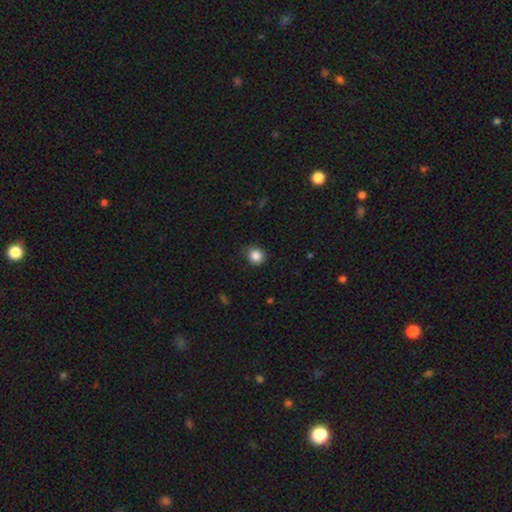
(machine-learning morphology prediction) Smooth or featured? smooth (86%)
How rounded? round (87%)
Merging? none (80%)